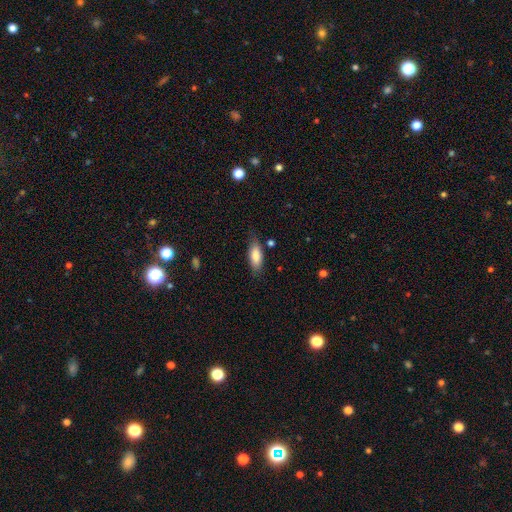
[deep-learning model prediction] Overall: smooth (83%). How rounded: in between (76%). Merging: none (72%).